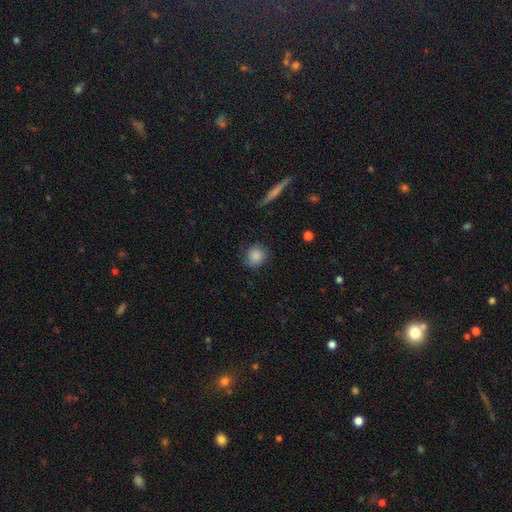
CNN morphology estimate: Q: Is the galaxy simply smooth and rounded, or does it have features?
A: smooth — 86%.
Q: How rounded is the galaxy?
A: round — 86%.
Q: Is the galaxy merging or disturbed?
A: none — 79%.